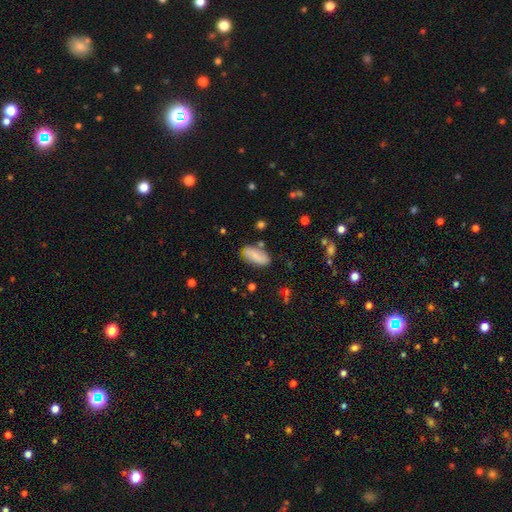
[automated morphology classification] smooth_or_featured: smooth (p=0.73) [alt: featured or disk p=0.19]
how_rounded: in between (p=0.87) [alt: cigar-shaped p=0.10]
merging: none (p=0.71) [alt: minor disturbance p=0.18]